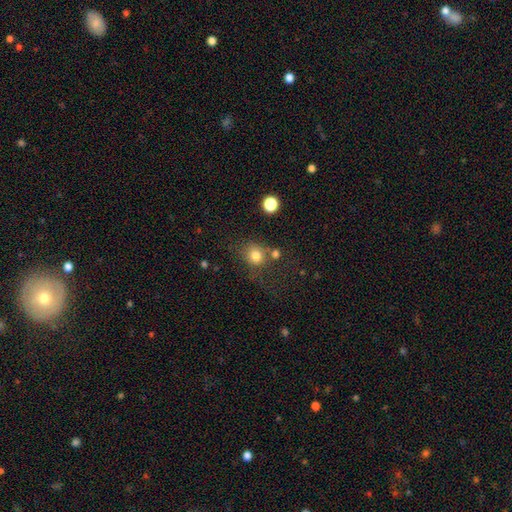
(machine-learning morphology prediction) Q: Smooth or featured?
A: smooth (79%); runner-up: star or artifact (13%)
Q: How rounded?
A: round (76%); runner-up: in between (23%)
Q: Merging?
A: none (61%); runner-up: minor disturbance (16%)